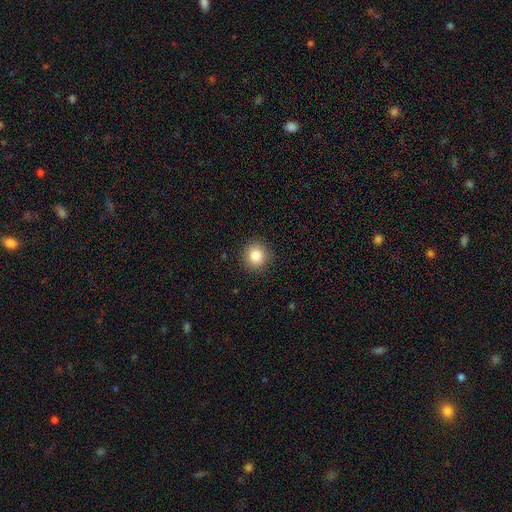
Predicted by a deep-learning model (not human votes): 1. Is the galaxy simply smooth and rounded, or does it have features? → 83% smooth, 10% star or artifact, 6% featured or disk.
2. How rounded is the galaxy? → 92% round, 7% in between, 1% cigar-shaped.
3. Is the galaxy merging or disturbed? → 91% none, 6% minor disturbance, 2% major disturbance, 1% merger.